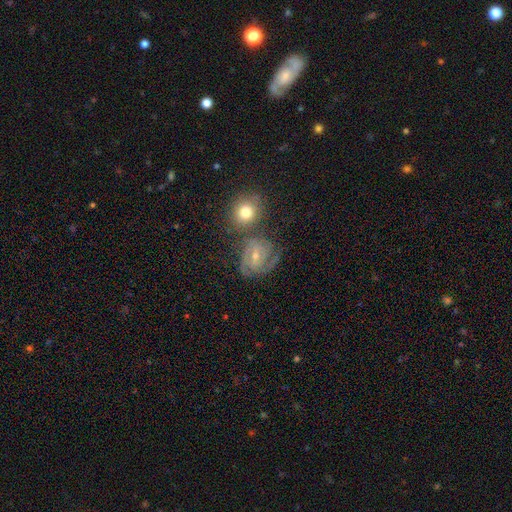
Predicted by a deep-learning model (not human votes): This is clearly a featured or disk galaxy (81%). It is clearly not viewed edge-on (97%). Bar: possibly weak (48%). Spiral arm pattern: clearly yes (96%). Spiral arm count: marginally 3 (37%). Spiral winding: possibly tight (58%). Central bulge: possibly small (58%). Merging: likely none (62%).